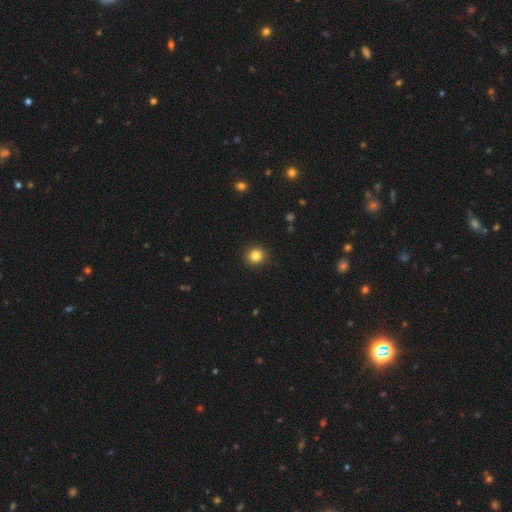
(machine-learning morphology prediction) The model was most divided on "smooth or featured": smooth: 84%, star or artifact: 11%, featured or disk: 5%. More confident: merging — none (92%); how rounded — round (90%).